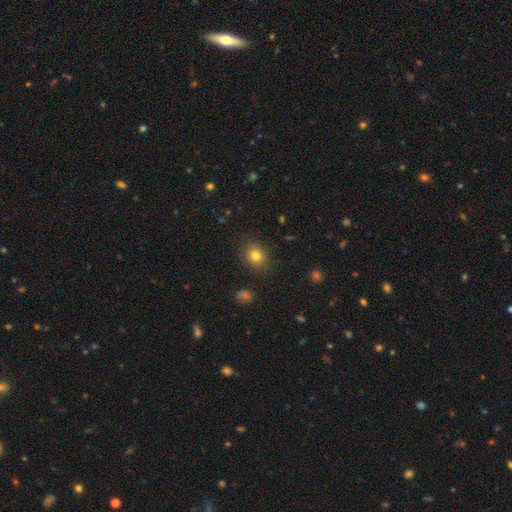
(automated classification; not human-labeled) Smooth or featured: smooth — 79% (star or artifact — 13%)
How rounded: round — 60% (in between — 39%)
Merging: none — 87% (minor disturbance — 9%)